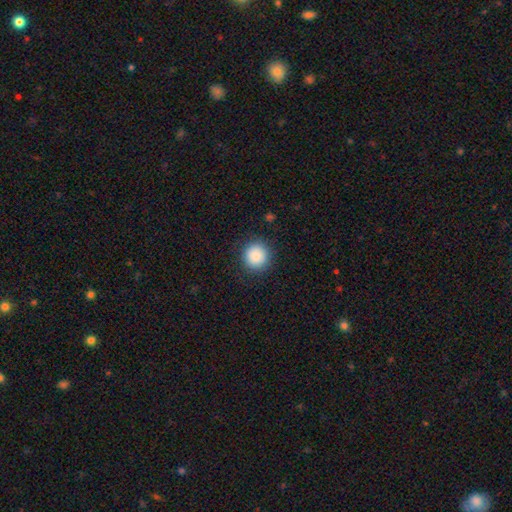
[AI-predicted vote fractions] A smooth galaxy with no disk features (89%) that is round (93%).

Vote fractions:
- Smooth or featured? smooth: 89% / star or artifact: 8% / featured or disk: 3%
- How rounded? round: 93% / in between: 6% / cigar-shaped: 1%
- Merging? none: 90% / minor disturbance: 7% / major disturbance: 3% / merger: 1%